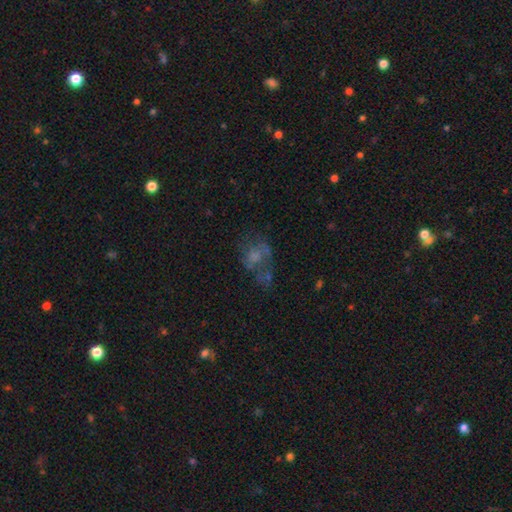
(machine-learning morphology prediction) Smooth or featured? Predicted: featured or disk (p=0.42). Merging? Predicted: none (p=0.34, tied with major disturbance).